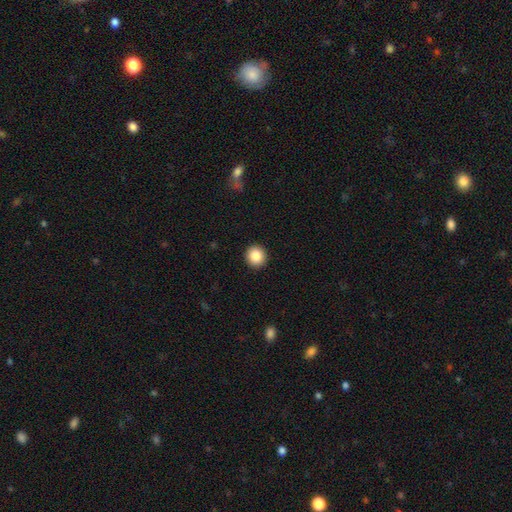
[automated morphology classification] A smooth galaxy with no disk features (86%) that is round (93%).

Vote fractions:
- Smooth or featured? smooth: 86% / star or artifact: 9% / featured or disk: 5%
- How rounded? round: 93% / in between: 6% / cigar-shaped: 1%
- Merging? none: 93% / minor disturbance: 4% / major disturbance: 1% / merger: 1%